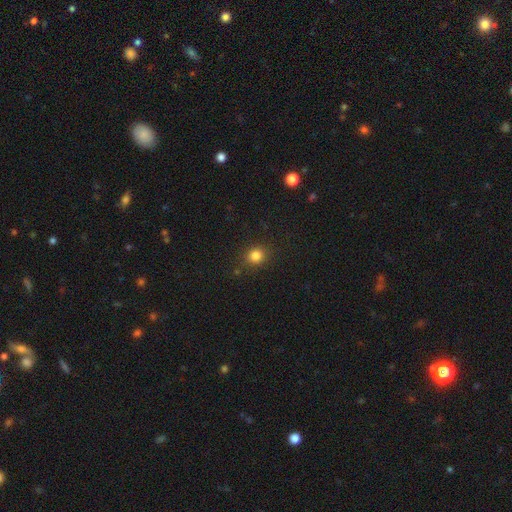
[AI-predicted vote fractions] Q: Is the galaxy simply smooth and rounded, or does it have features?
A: smooth — 82%.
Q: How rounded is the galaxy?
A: round — 82%.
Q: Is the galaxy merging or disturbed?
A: none — 87%.